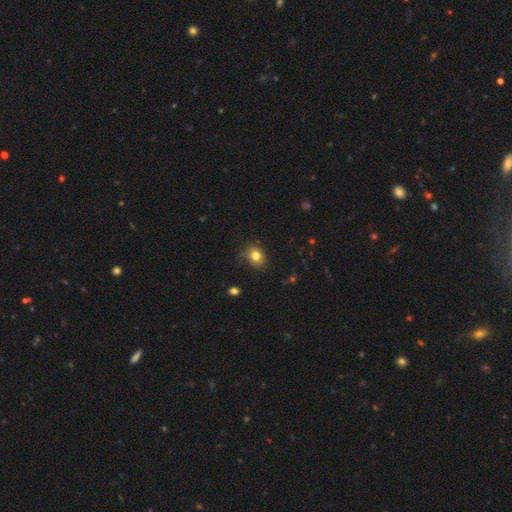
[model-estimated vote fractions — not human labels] Smooth or featured? smooth (81%)
How rounded? round (55%)
Merging? none (77%)